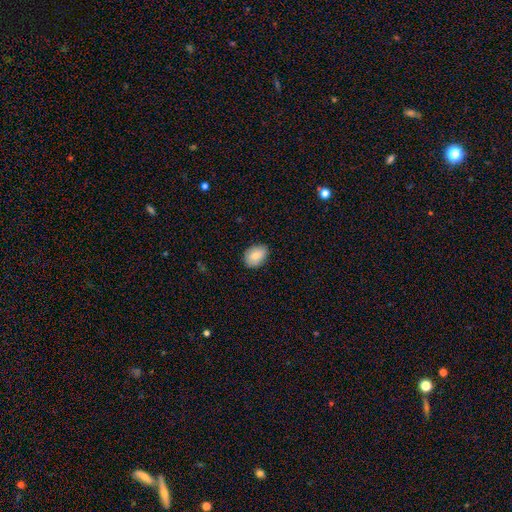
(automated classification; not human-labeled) A smooth galaxy with no disk features (81%) that is in between round and cigar-shaped (69%). Merging: none (83%).